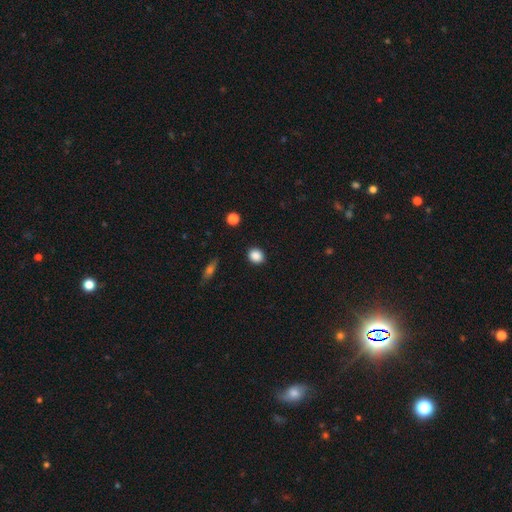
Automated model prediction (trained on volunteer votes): Smooth or featured? smooth (88%)
How rounded? round (67%)
Merging? none (89%)